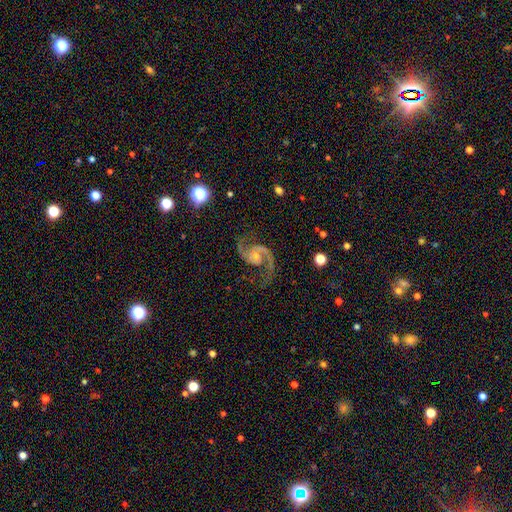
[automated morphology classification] type=featured or disk (92%); edge-on=no (98%); bar=no (65%); spiral arms=yes (98%); winding=medium (62%); arm count=2 (94%); bulge=small (64%); merging=none (76%).